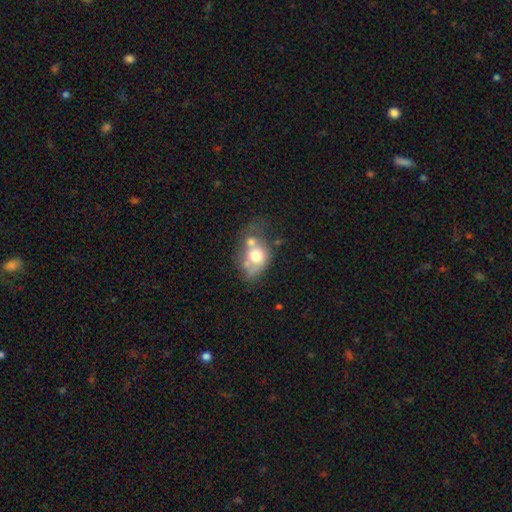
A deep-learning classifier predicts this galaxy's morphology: Smooth or featured? Predicted: smooth (p=0.59). How rounded? Predicted: in between (p=0.59). Merging? Predicted: merger (p=0.47).